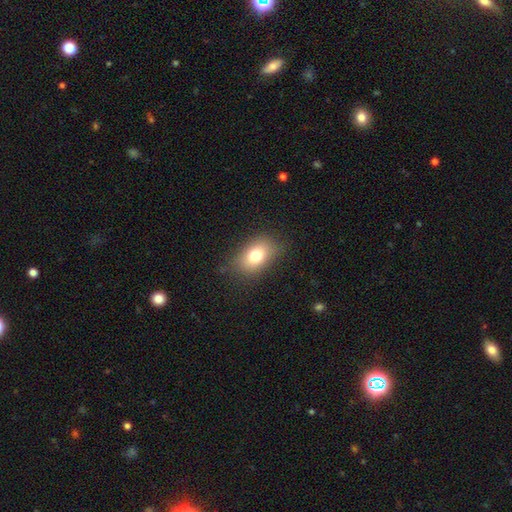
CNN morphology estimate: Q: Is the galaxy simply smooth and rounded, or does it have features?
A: smooth — 76%.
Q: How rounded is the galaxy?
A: in between — 83%.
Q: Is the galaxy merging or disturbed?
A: none — 82%.